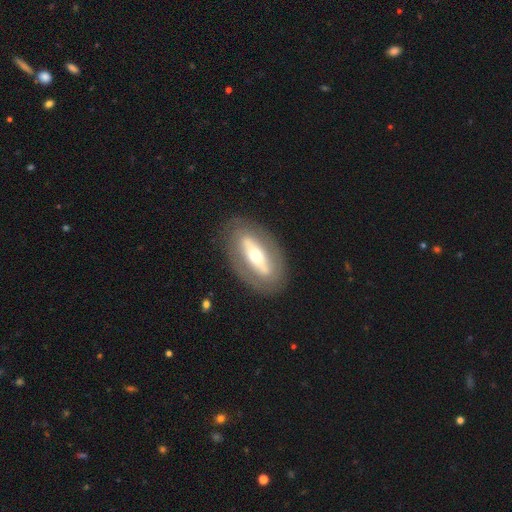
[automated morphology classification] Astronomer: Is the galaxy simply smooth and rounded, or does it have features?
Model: featured or disk — 65%.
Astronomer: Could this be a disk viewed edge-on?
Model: no — 81%.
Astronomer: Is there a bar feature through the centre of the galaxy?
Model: strong — 49% (runner-up: no, 34%).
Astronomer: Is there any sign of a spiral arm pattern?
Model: no — 72%.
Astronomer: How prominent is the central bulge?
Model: moderate — 59%.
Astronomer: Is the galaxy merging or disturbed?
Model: none — 82%.